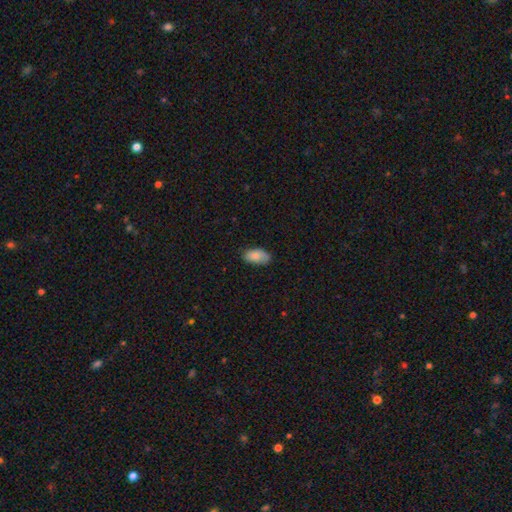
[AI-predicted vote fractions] The model was most divided on "merging": none: 76%, minor disturbance: 20%, major disturbance: 4%, merger: 1%. More confident: how rounded — in between (94%); smooth or featured — smooth (84%).